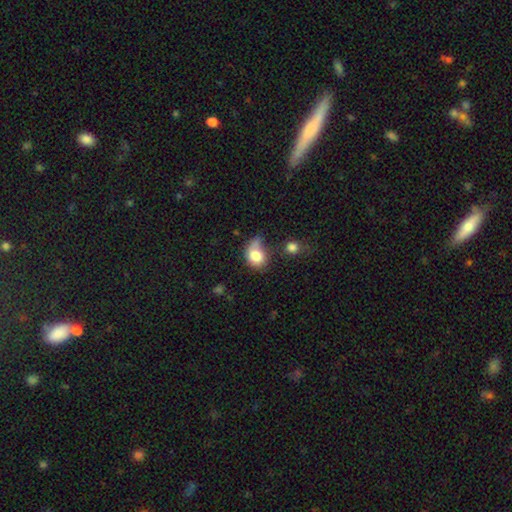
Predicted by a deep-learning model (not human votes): Q: Smooth or featured?
A: smooth (79%); runner-up: featured or disk (12%)
Q: How rounded?
A: in between (50%); runner-up: round (48%)
Q: Merging?
A: none (32%); runner-up: minor disturbance (28%)